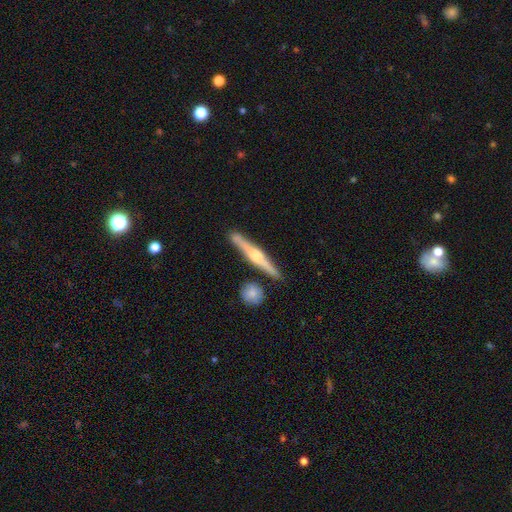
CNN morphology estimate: This appears to be a featured or disk galaxy (76%) viewed edge-on (98%) with a rounded central bulge (87%). Merging: none (85%).